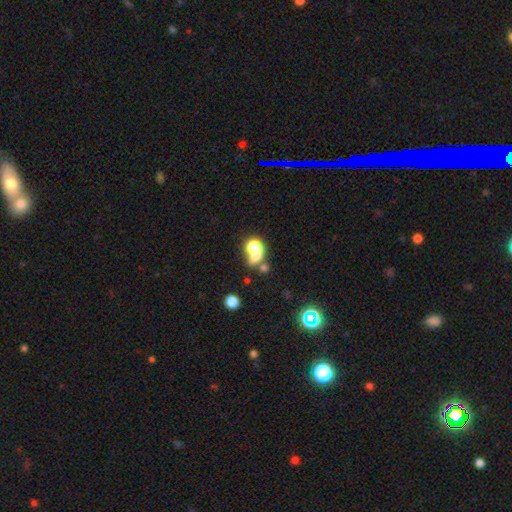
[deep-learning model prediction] A smooth galaxy with no disk features (63%) that is round (63%). Merging: merger (51%).